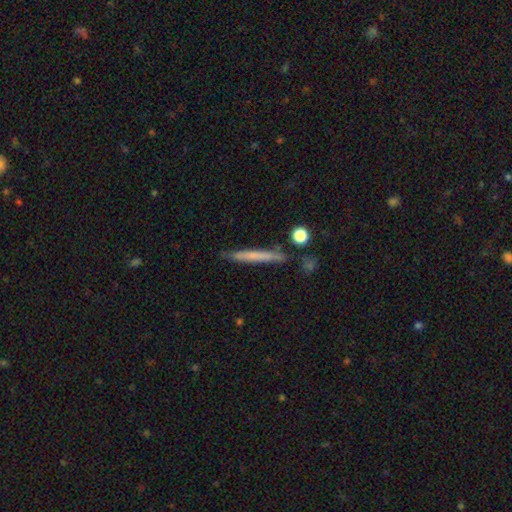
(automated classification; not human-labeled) A smooth galaxy with no disk features (58%) that is cigar-shaped (96%).

Vote fractions:
- Smooth or featured? smooth: 58% / featured or disk: 35% / star or artifact: 7%
- How rounded? cigar-shaped: 96% / in between: 2% / round: 2%
- Merging? none: 83% / minor disturbance: 11% / merger: 4% / major disturbance: 2%